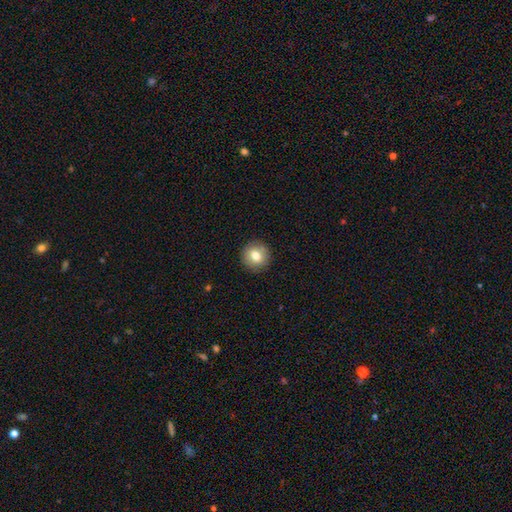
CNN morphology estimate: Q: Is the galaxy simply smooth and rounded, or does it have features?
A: smooth — 77%.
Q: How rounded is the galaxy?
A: round — 91%.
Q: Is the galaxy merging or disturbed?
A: none — 90%.